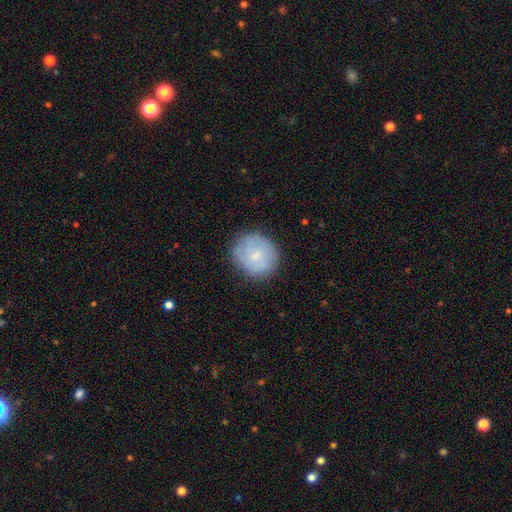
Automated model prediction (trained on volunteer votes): smooth 58%, featured or disk 34%, star or artifact 7%. Down the decision tree: how rounded — round (87%); merging — none (81%).